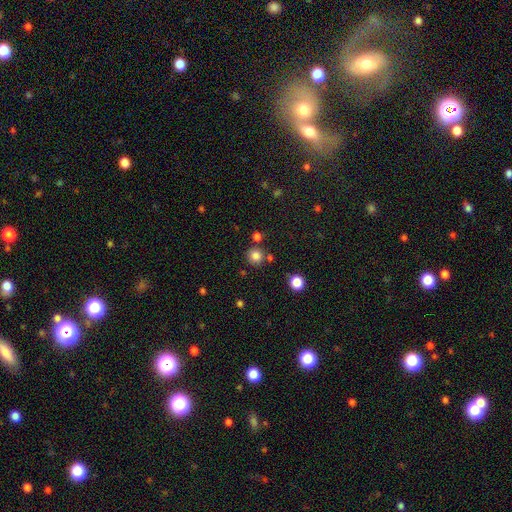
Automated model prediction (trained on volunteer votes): Smooth or featured: smooth — 82% (star or artifact — 13%)
How rounded: round — 94% (in between — 6%)
Merging: none — 81% (minor disturbance — 8%)